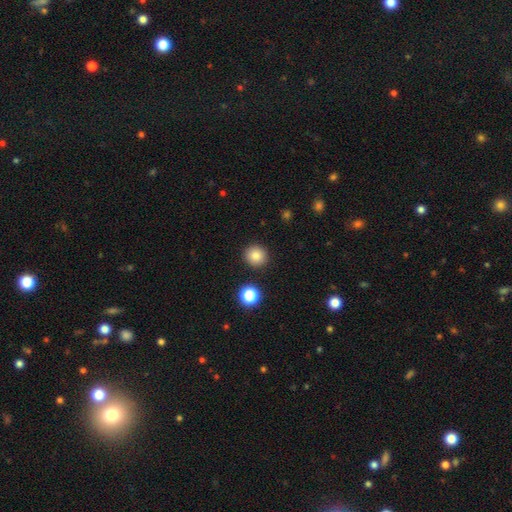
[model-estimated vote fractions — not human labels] Morphology: type=smooth (84%); roundness=round (91%); merging=none (91%).